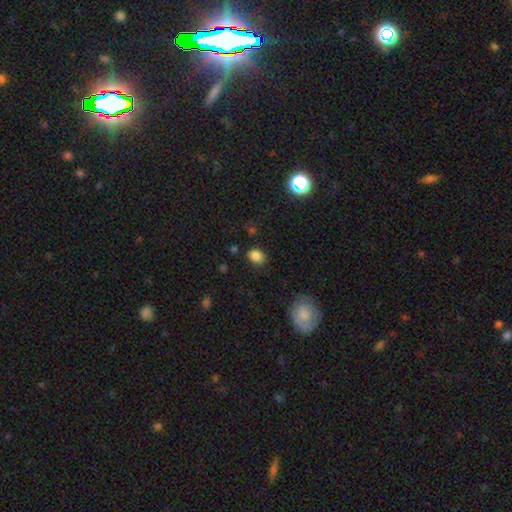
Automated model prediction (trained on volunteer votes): smooth 83%, star or artifact 12%, featured or disk 4%. Down the decision tree: how rounded — in between (60%); merging — none (80%).